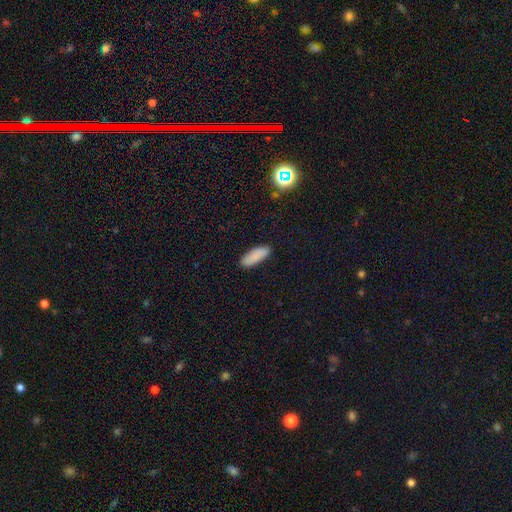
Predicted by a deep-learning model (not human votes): Q: Smooth or featured?
A: smooth (88%); runner-up: star or artifact (7%)
Q: How rounded?
A: in between (68%); runner-up: cigar-shaped (30%)
Q: Merging?
A: none (88%); runner-up: minor disturbance (9%)